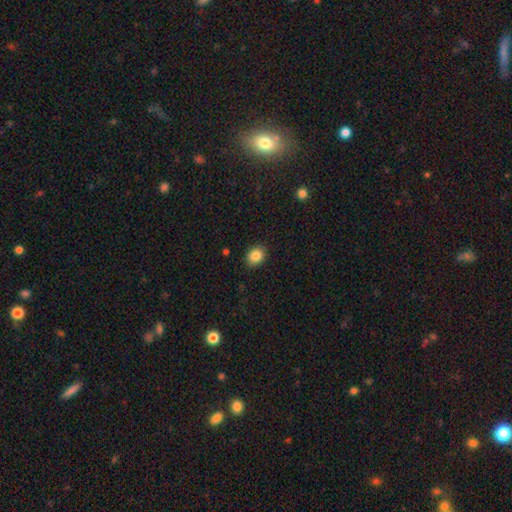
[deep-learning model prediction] Smooth or featured: smooth — 85% (star or artifact — 9%)
How rounded: in between — 52% (round — 47%)
Merging: none — 89% (minor disturbance — 8%)